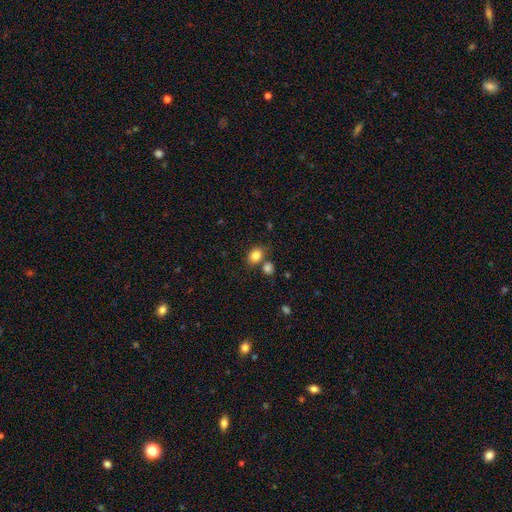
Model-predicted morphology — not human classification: smooth_or_featured: smooth (p=0.84) [alt: star or artifact p=0.10]
how_rounded: in between (p=0.52) [alt: round p=0.47]
merging: none (p=0.62) [alt: merger p=0.21]